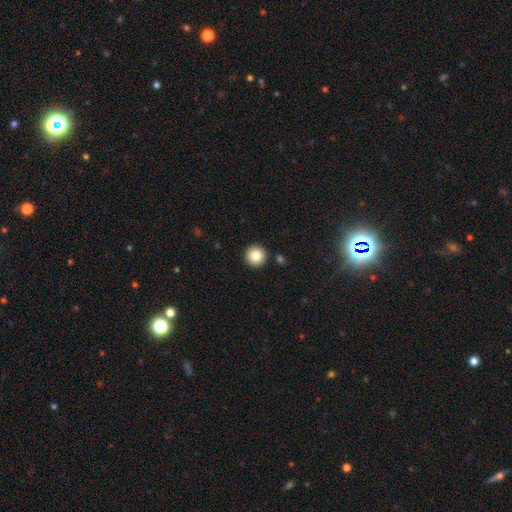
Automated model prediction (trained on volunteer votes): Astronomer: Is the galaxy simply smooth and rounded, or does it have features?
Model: smooth — 84%.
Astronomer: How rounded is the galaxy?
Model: round — 96%.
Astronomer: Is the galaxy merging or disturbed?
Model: none — 92%.